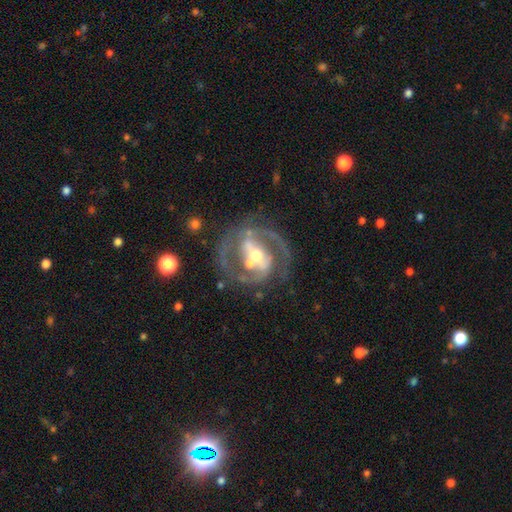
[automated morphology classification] This appears to be a featured or disk galaxy (88%) with a strong bar (54%), 2 (84%) medium (54%) spiral arms (90%) and a moderate central bulge (62%). Merging: none (65%).